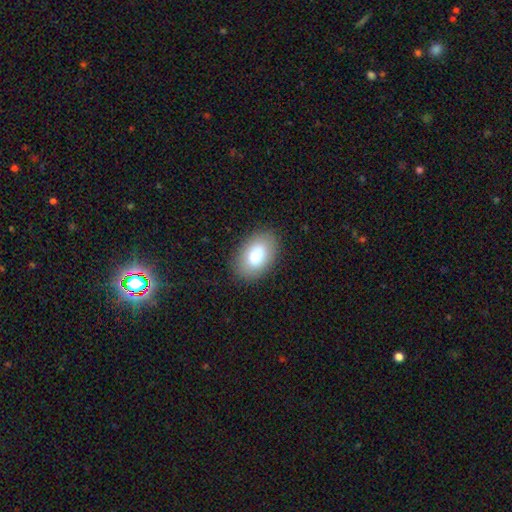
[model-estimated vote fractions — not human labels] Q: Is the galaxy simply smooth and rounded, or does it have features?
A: smooth — 81%.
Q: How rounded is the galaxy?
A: in between — 91%.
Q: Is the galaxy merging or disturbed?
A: none — 86%.